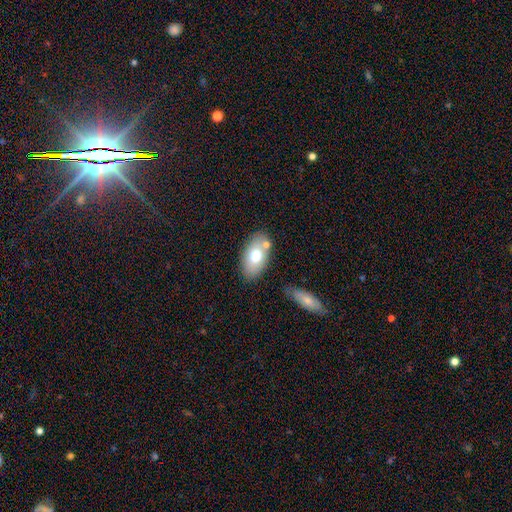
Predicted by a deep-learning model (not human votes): Smooth or featured: smooth — 70% (featured or disk — 23%)
How rounded: in between — 92% (round — 6%)
Merging: none — 72% (minor disturbance — 14%)